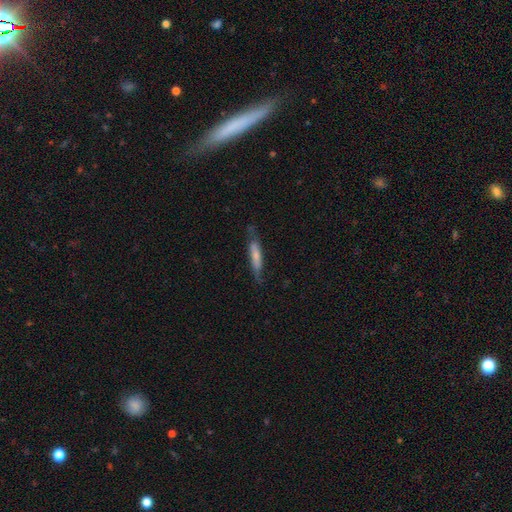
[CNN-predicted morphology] A smooth galaxy with no disk features (57%) that is cigar-shaped (83%). Merging: none (64%).